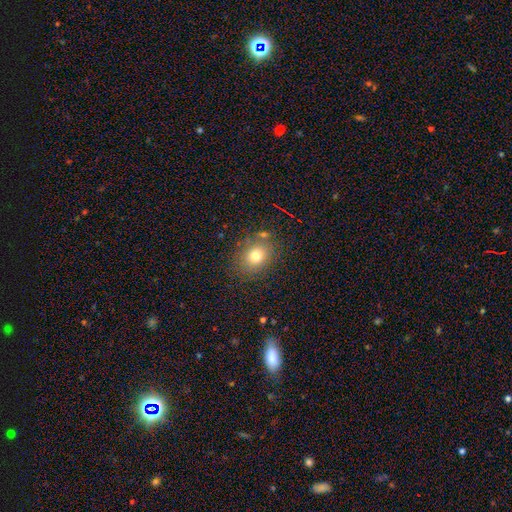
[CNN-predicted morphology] A smooth galaxy with no disk features (75%) that is in between round and cigar-shaped (50%).

Vote fractions:
- Smooth or featured? smooth: 75% / star or artifact: 14% / featured or disk: 11%
- How rounded? in between: 50% / round: 49% / cigar-shaped: 1%
- Merging? none: 79% / minor disturbance: 12% / merger: 5% / major disturbance: 4%